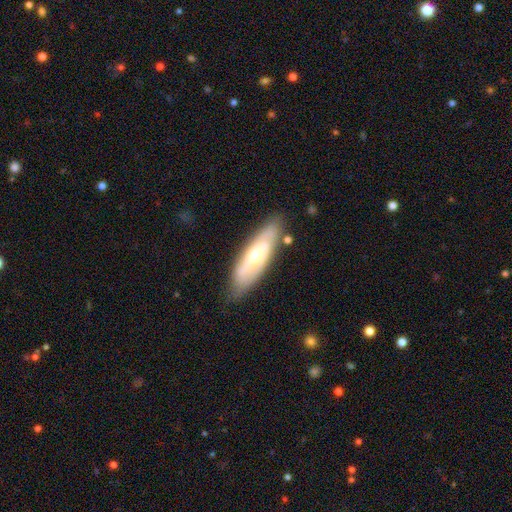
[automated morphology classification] A featured or disk galaxy (58%). Merging: none (77%).